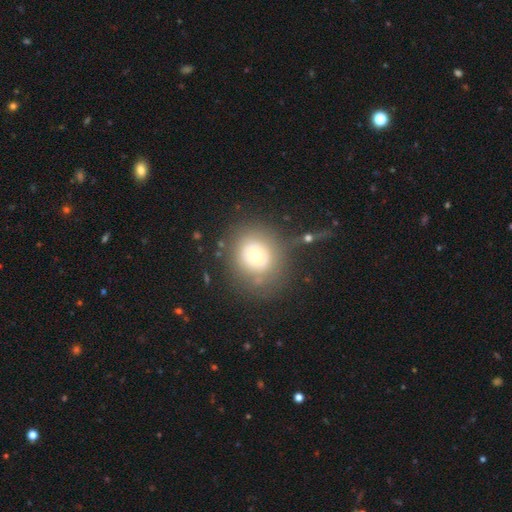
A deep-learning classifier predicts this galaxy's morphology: This is possibly a smooth galaxy (56%). How rounded: clearly round (83%). Merging: likely none (68%).